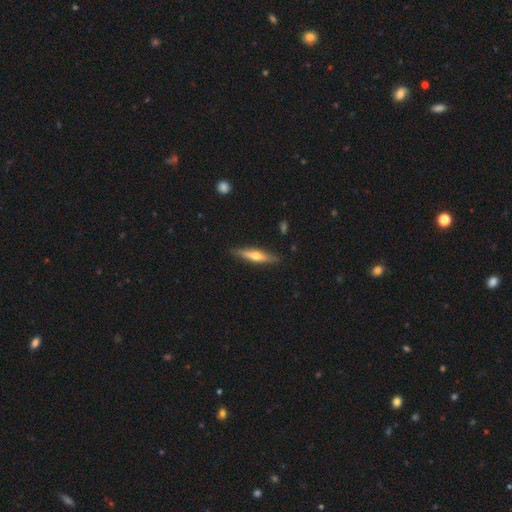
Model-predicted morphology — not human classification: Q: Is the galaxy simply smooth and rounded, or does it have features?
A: featured or disk — 57%.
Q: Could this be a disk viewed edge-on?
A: yes — 95%.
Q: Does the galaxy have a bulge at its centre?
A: rounded — 90%.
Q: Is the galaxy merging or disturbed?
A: none — 88%.